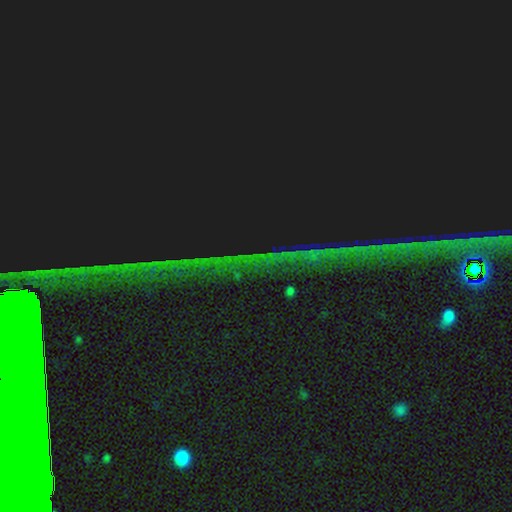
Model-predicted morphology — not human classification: type=star or artifact (84%).